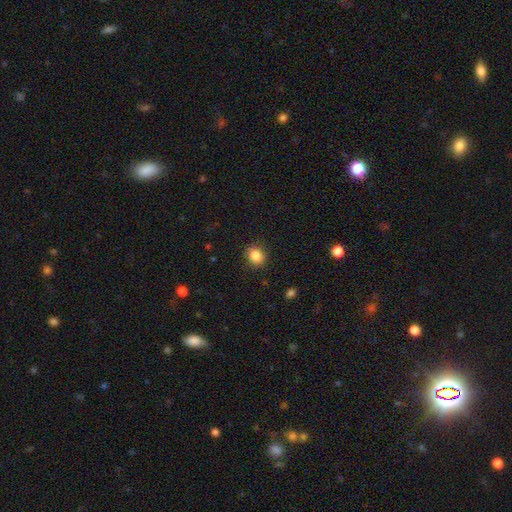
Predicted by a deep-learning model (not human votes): Smooth or featured: smooth — 86% (star or artifact — 10%)
How rounded: round — 72% (in between — 27%)
Merging: none — 88% (minor disturbance — 8%)